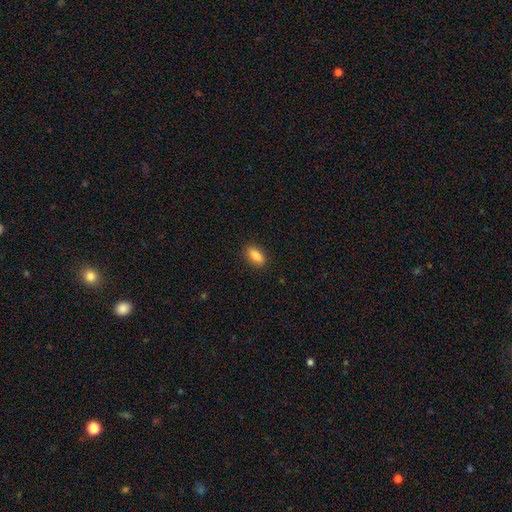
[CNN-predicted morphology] Smooth or featured?
  - smooth: 85% *
  - featured or disk: 8%
  - star or artifact: 7%
How rounded?
  - in between: 82% *
  - cigar-shaped: 14%
  - round: 4%
Merging?
  - none: 88% *
  - minor disturbance: 9%
  - major disturbance: 2%
  - merger: 1%